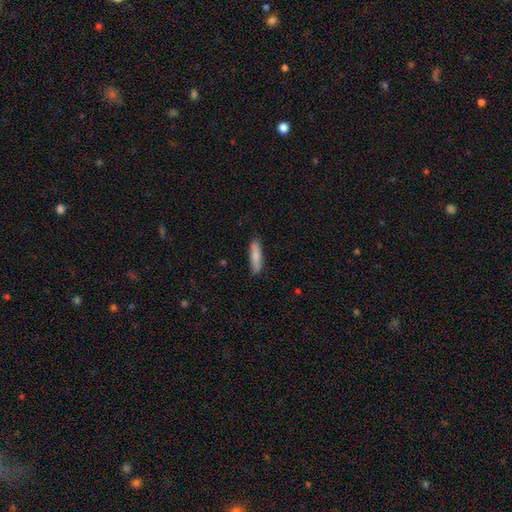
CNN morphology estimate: smooth 85%, featured or disk 9%, star or artifact 6%. Down the decision tree: how rounded — cigar-shaped (73%); merging — none (85%).